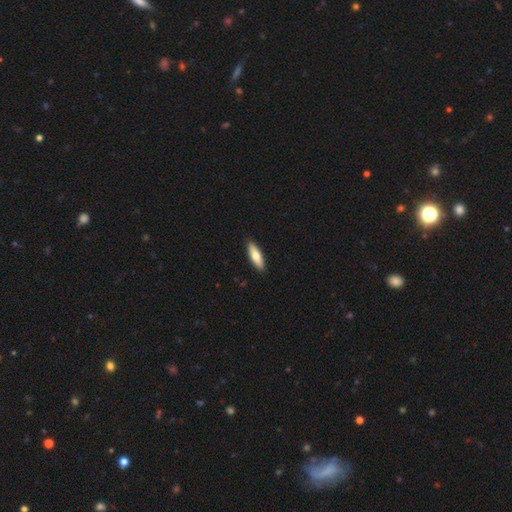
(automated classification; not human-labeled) smooth_or_featured: smooth (p=0.68) [alt: featured or disk p=0.26]
how_rounded: cigar-shaped (p=0.55) [alt: in between p=0.43]
merging: none (p=0.91) [alt: minor disturbance p=0.07]